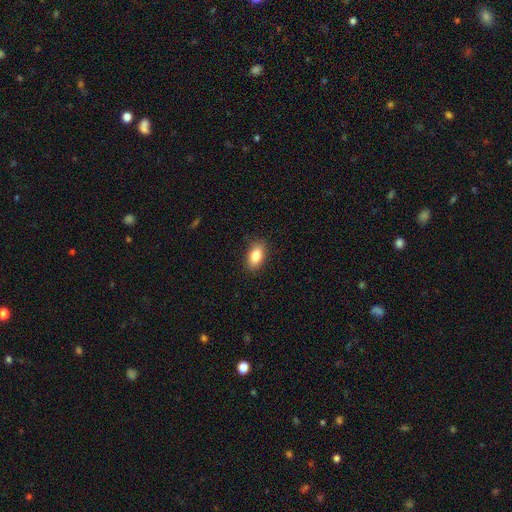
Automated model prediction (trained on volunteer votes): Q: Smooth or featured?
A: smooth (83%); runner-up: featured or disk (9%)
Q: How rounded?
A: in between (89%); runner-up: round (7%)
Q: Merging?
A: none (88%); runner-up: minor disturbance (9%)